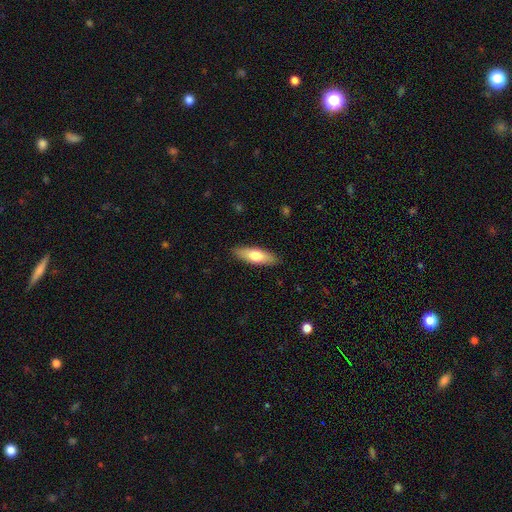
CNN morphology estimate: smooth-or-featured: smooth: 69% | featured or disk: 25% | star or artifact: 5%
  how-rounded: in between: 54% | cigar-shaped: 44% | round: 2%
  merging: none: 89% | minor disturbance: 8% | major disturbance: 2% | merger: 1%